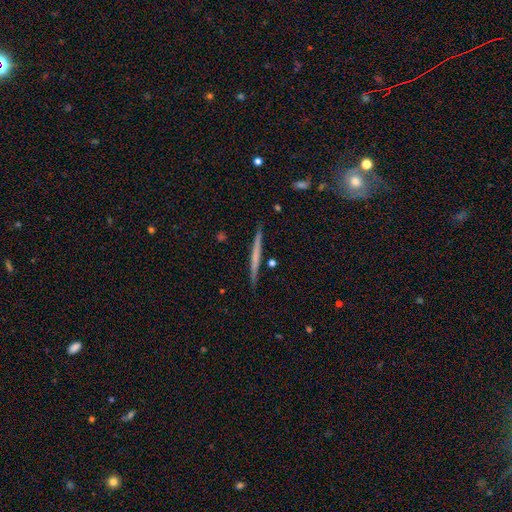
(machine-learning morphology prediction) Smooth or featured? featured or disk (50%)
Edge-on disk? yes (97%)
Merging? none (90%)